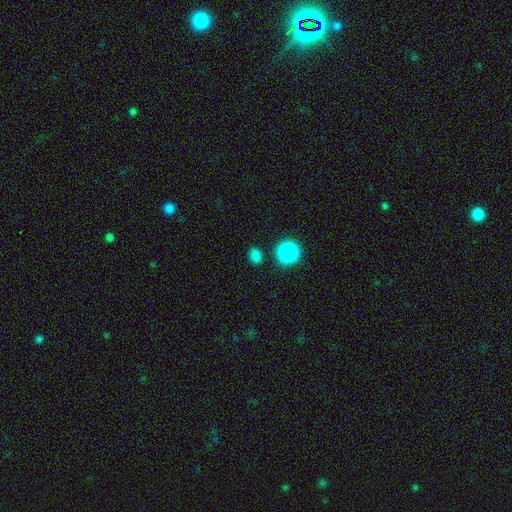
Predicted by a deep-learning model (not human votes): Smooth or featured?
  - smooth: 77% *
  - star or artifact: 19%
  - featured or disk: 4%
How rounded?
  - round: 53% *
  - in between: 46%
  - cigar-shaped: 1%
Merging?
  - none: 82% *
  - minor disturbance: 10%
  - merger: 5%
  - major disturbance: 3%